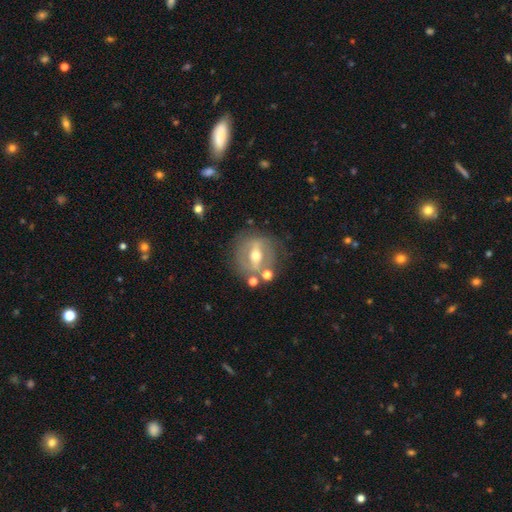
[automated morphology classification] type=featured or disk (74%); edge-on=no (80%); bar=strong (66%); spiral arms=no (64%); bulge=moderate (68%); merging=none (75%).